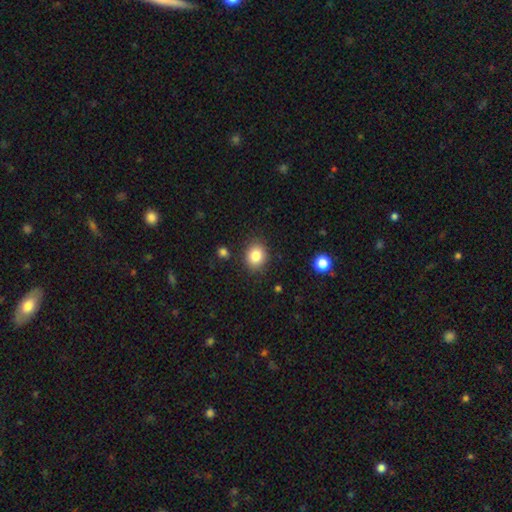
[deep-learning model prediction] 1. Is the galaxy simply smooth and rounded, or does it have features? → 84% smooth, 10% star or artifact, 6% featured or disk.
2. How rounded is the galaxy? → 67% round, 32% in between, 1% cigar-shaped.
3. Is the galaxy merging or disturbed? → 86% none, 9% minor disturbance, 3% major disturbance, 2% merger.